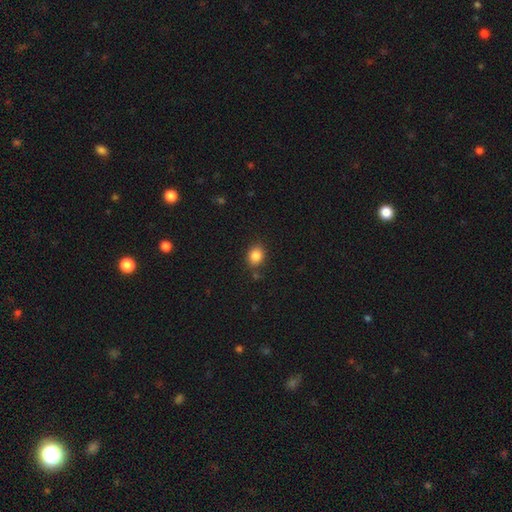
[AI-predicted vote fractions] smooth_or_featured: smooth (p=0.85) [alt: star or artifact p=0.10]
how_rounded: in between (p=0.52) [alt: round p=0.47]
merging: none (p=0.82) [alt: minor disturbance p=0.12]